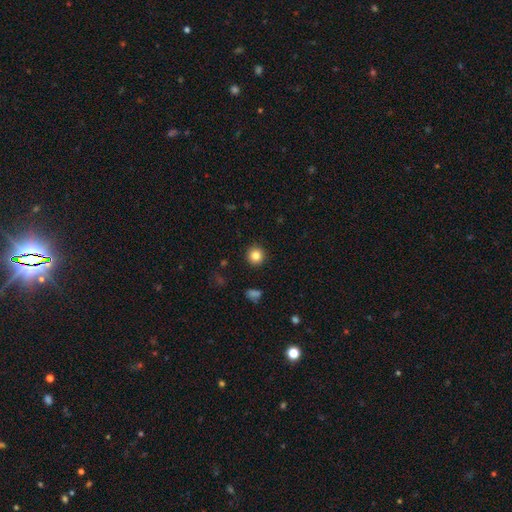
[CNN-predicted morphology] smooth-or-featured: smooth: 84% | star or artifact: 11% | featured or disk: 6%
  how-rounded: round: 94% | in between: 5% | cigar-shaped: 1%
  merging: none: 92% | minor disturbance: 5% | major disturbance: 2% | merger: 1%